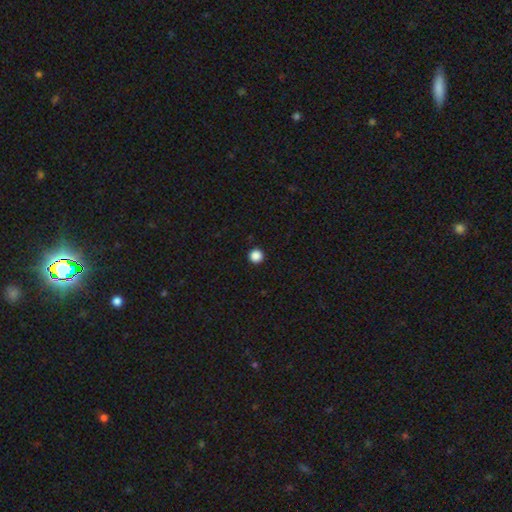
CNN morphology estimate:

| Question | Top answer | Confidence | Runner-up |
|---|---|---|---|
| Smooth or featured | smooth | 87% | star or artifact (11%) |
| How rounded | round | 96% | in between (3%) |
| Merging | none | 93% | minor disturbance (4%) |